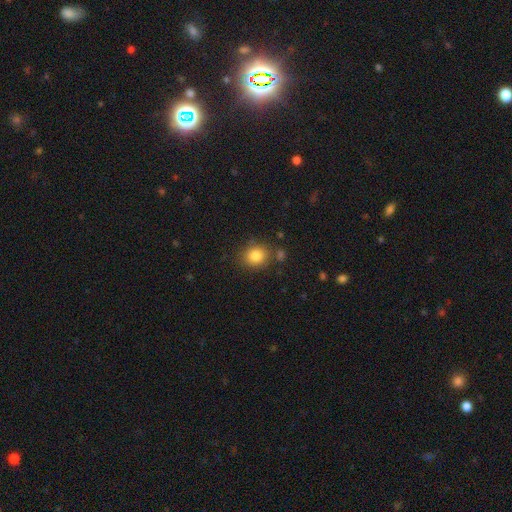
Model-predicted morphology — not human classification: This appears to be a smooth galaxy with no disk features (83%) that is round (76%). Merging: none (79%).